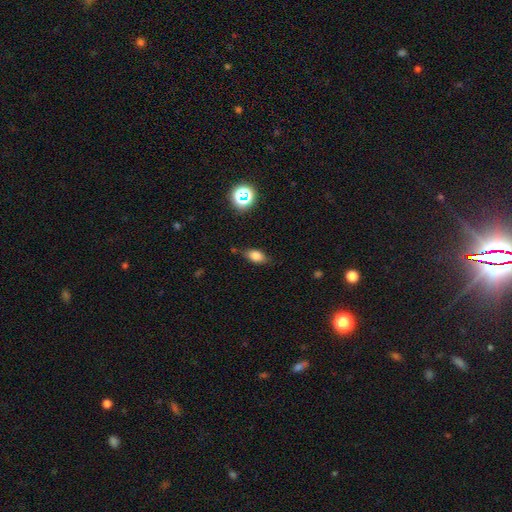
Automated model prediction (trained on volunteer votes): Morphology: type=smooth (78%); roundness=in between (84%); merging=none (77%).